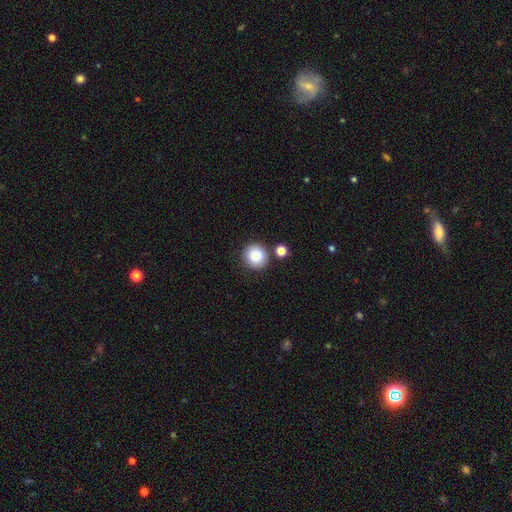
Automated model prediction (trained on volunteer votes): Smooth or featured?
  - smooth: 85% *
  - star or artifact: 9%
  - featured or disk: 6%
How rounded?
  - round: 92% *
  - in between: 7%
  - cigar-shaped: 1%
Merging?
  - none: 80% *
  - merger: 9%
  - minor disturbance: 8%
  - major disturbance: 3%